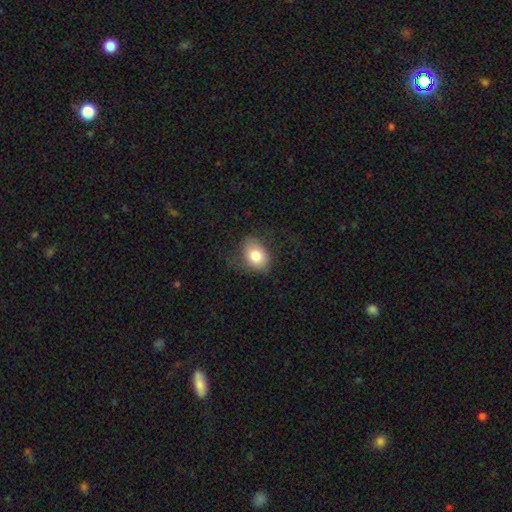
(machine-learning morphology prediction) Q: Smooth or featured?
A: smooth (79%); runner-up: featured or disk (13%)
Q: How rounded?
A: in between (73%); runner-up: round (26%)
Q: Merging?
A: none (63%); runner-up: minor disturbance (24%)